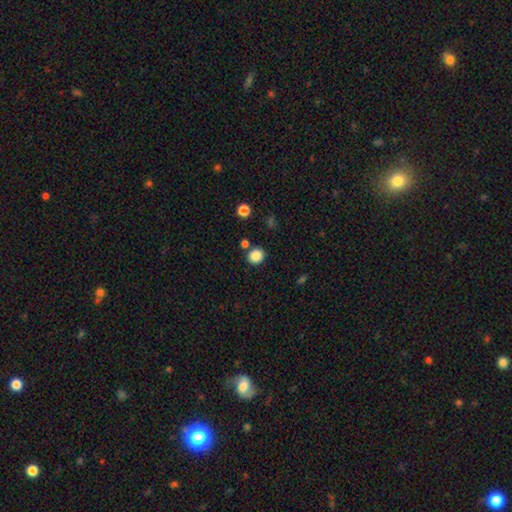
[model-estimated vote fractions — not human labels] Smooth or featured? smooth (86%)
How rounded? round (85%)
Merging? none (83%)